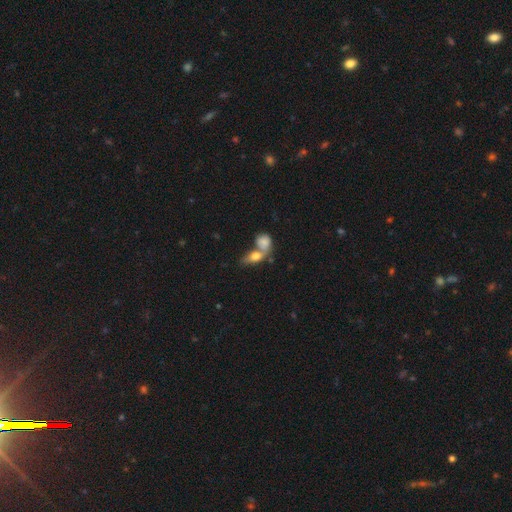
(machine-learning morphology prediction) smooth_or_featured: smooth (p=0.72) [alt: featured or disk p=0.19]
how_rounded: in between (p=0.74) [alt: round p=0.18]
merging: merger (p=0.58) [alt: none p=0.27]